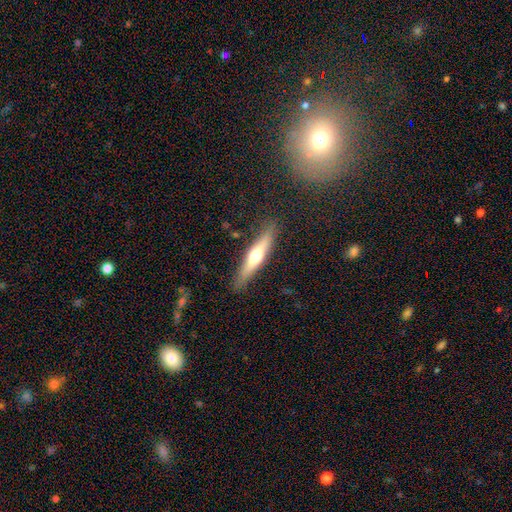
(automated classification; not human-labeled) Smooth or featured: featured or disk — 51% (smooth — 43%)
Edge-on disk: yes — 92% (no — 8%)
Merging: none — 86% (minor disturbance — 10%)